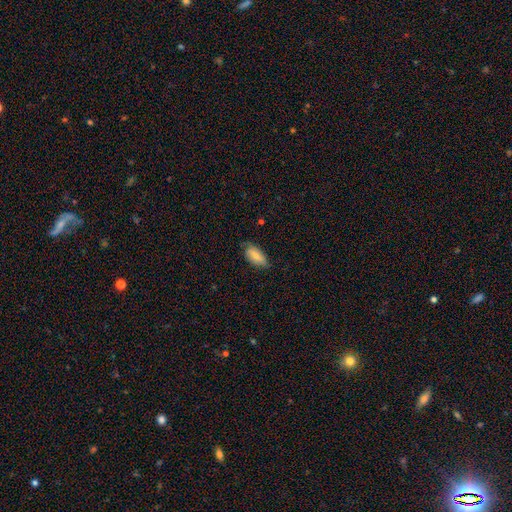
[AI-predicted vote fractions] This appears to be a smooth galaxy with no disk features (70%) that is in between round and cigar-shaped (87%). Merging: none (64%).